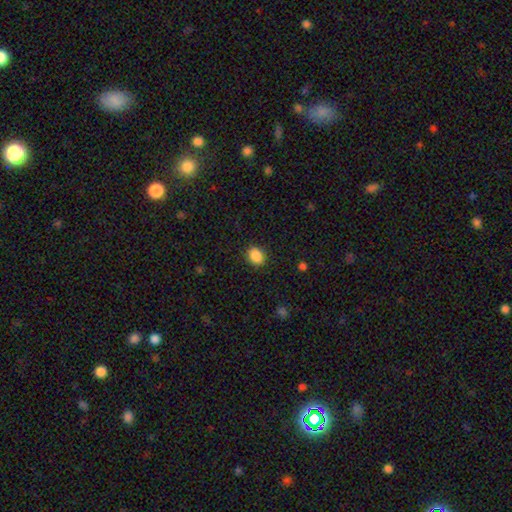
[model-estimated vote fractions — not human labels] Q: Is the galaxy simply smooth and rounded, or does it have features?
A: smooth — 88%.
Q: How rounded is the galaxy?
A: round — 50%.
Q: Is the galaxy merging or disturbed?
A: none — 87%.